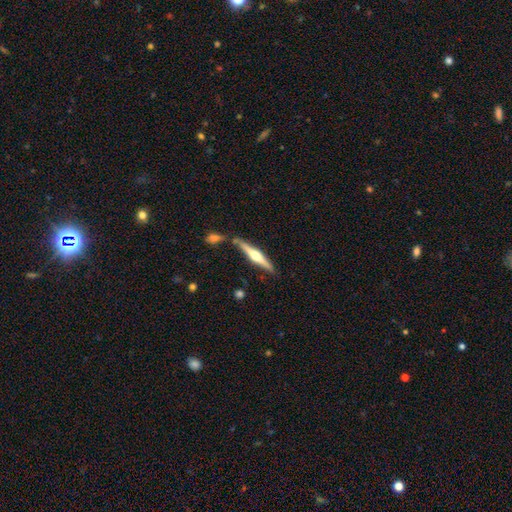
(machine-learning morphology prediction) Smooth or featured?
  - featured or disk: 68% *
  - smooth: 27%
  - star or artifact: 5%
Edge-on disk?
  - yes: 97% *
  - no: 3%
Edge-on bulge?
  - rounded: 91% *
  - boxy: 5%
  - none: 4%
Merging?
  - none: 76% *
  - minor disturbance: 12%
  - merger: 10%
  - major disturbance: 3%